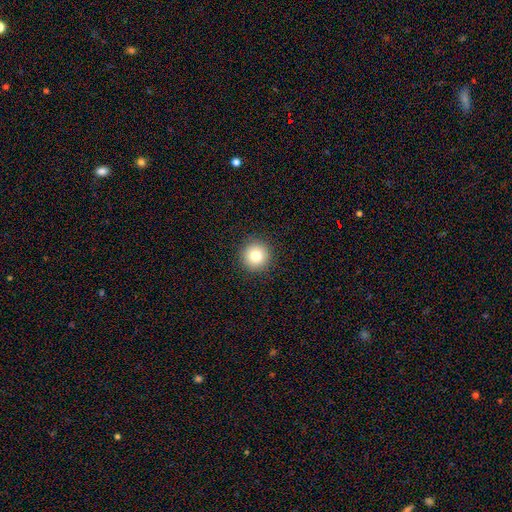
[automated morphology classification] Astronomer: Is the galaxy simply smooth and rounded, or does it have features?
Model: smooth — 81%.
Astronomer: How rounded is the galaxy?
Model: round — 95%.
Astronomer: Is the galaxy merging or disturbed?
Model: none — 92%.